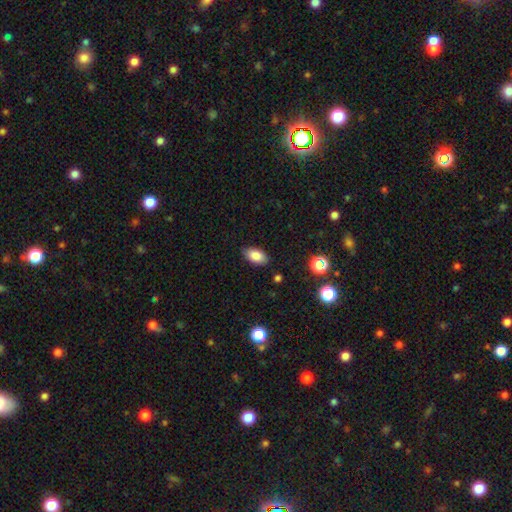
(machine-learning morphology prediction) A smooth galaxy with no disk features (85%) that is in between round and cigar-shaped (92%).

Vote fractions:
- Smooth or featured? smooth: 85% / star or artifact: 8% / featured or disk: 7%
- How rounded? in between: 92% / round: 5% / cigar-shaped: 3%
- Merging? none: 85% / minor disturbance: 12% / major disturbance: 2% / merger: 1%